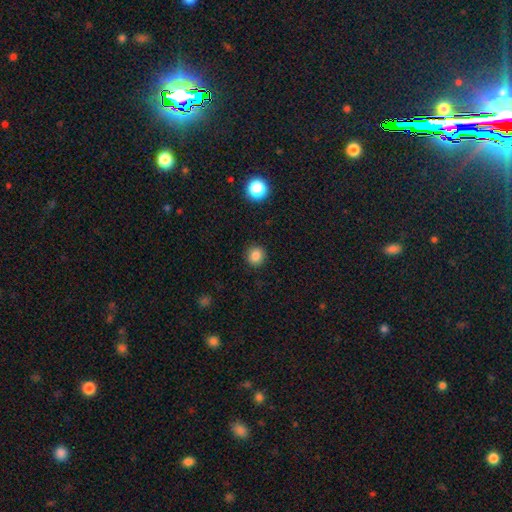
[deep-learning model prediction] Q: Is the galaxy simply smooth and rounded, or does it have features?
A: smooth — 85%.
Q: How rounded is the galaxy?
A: round — 91%.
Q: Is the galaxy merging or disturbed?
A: none — 91%.